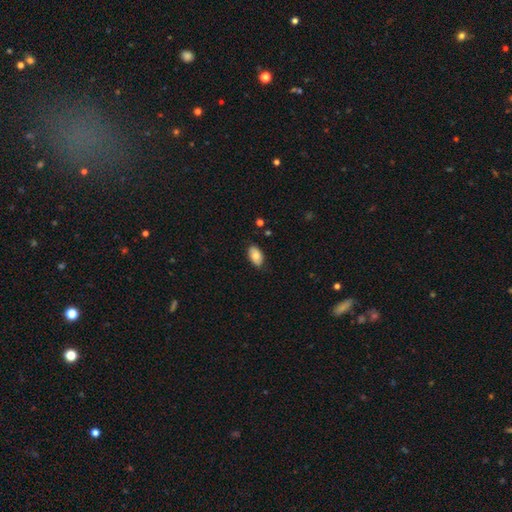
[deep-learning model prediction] Overall: smooth (81%). How rounded: in between (94%). Merging: none (83%).